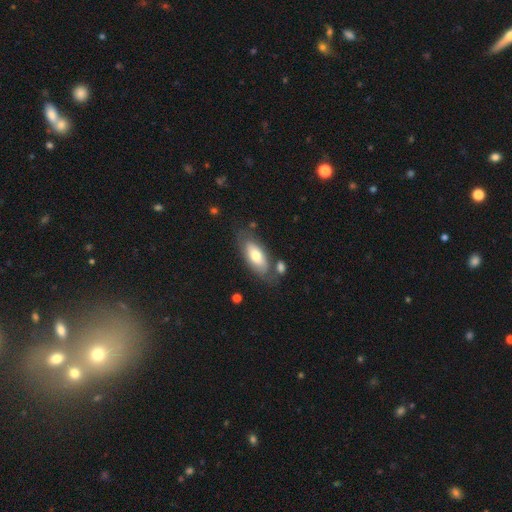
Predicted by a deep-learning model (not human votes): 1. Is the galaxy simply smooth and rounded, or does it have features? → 67% smooth, 27% featured or disk, 6% star or artifact.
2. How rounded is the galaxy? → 85% in between, 12% cigar-shaped, 2% round.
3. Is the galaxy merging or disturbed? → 65% none, 18% minor disturbance, 10% merger, 6% major disturbance.